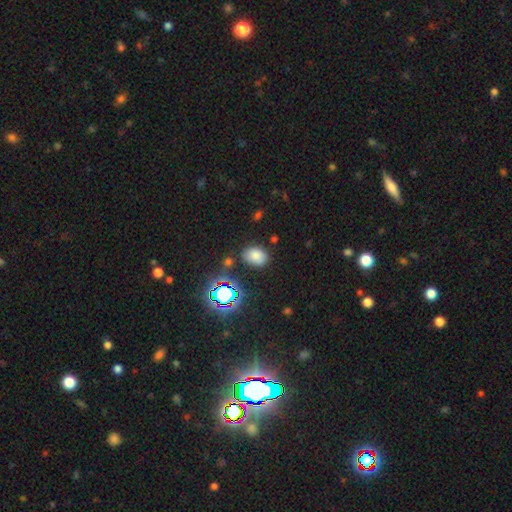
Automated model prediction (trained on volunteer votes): Smooth or featured: smooth — 74% (star or artifact — 19%)
How rounded: in between — 75% (round — 24%)
Merging: none — 80% (minor disturbance — 13%)